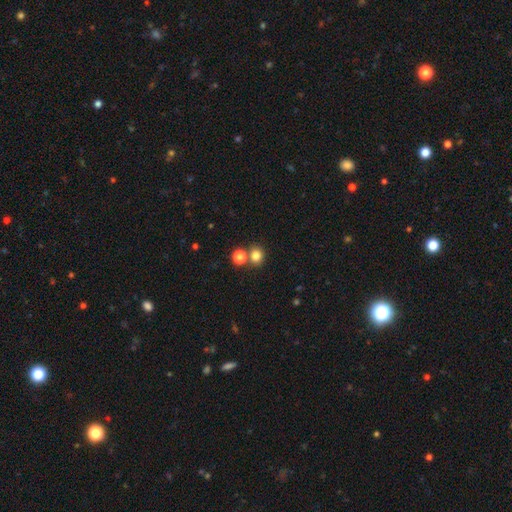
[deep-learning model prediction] A smooth galaxy with no disk features (80%) that is round (83%). Merging: none (67%).